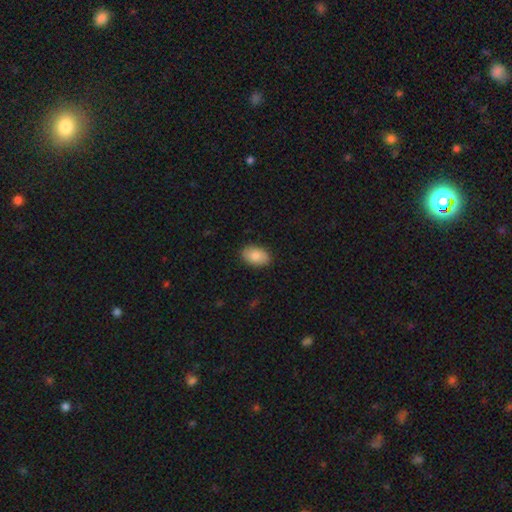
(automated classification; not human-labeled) Smooth or featured: smooth — 85% (featured or disk — 8%)
How rounded: in between — 90% (round — 9%)
Merging: none — 88% (minor disturbance — 9%)